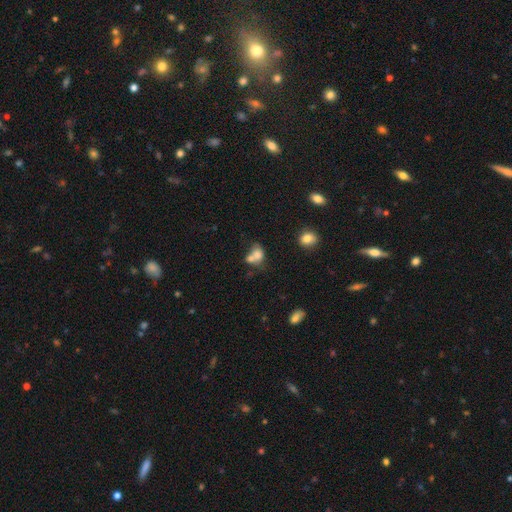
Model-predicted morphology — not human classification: This appears to be a smooth galaxy with no disk features (71%) that is in between round and cigar-shaped (56%). Merging: merger (60%).